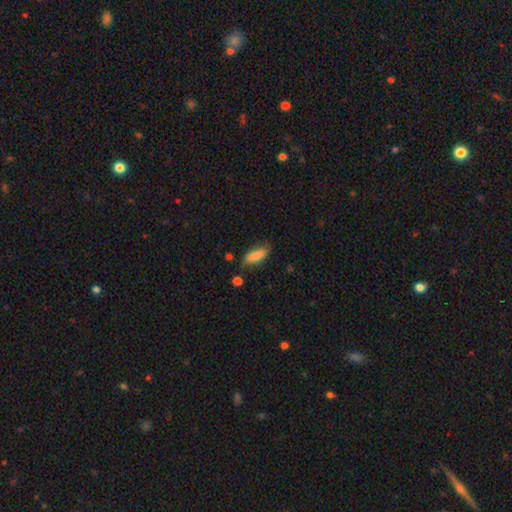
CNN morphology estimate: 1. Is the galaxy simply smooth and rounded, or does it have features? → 81% smooth, 12% featured or disk, 7% star or artifact.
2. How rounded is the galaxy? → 71% in between, 27% cigar-shaped, 2% round.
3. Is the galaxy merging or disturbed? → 63% none, 27% minor disturbance, 7% major disturbance, 3% merger.